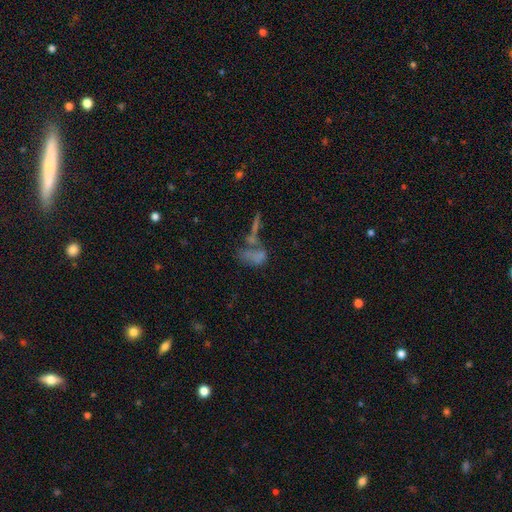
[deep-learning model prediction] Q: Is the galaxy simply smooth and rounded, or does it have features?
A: smooth — 52%.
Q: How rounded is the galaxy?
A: in between — 76%.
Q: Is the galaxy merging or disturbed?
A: merger — 46%.